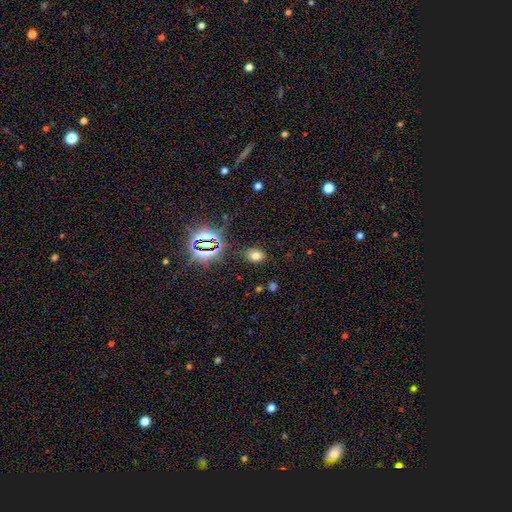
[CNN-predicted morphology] type=smooth (66%); roundness=in between (77%); merging=none (84%).